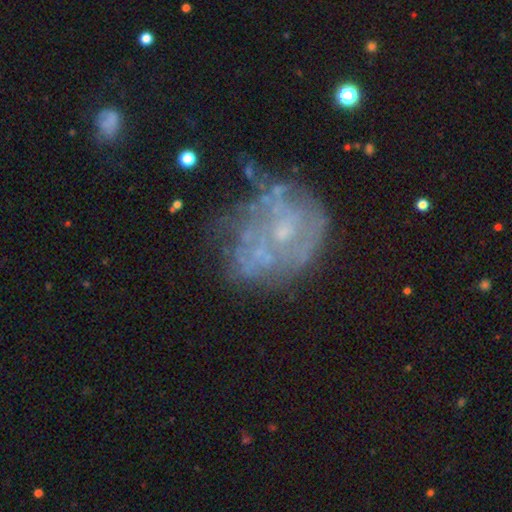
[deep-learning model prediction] Smooth or featured: featured or disk — 67% (smooth — 22%)
Edge-on disk: no — 98% (yes — 2%)
Bar: no — 85% (weak — 12%)
Spiral arms: no — 72% (yes — 28%)
Bulge size: small — 46% (none — 26%)
Merging: none — 45% (major disturbance — 24%)